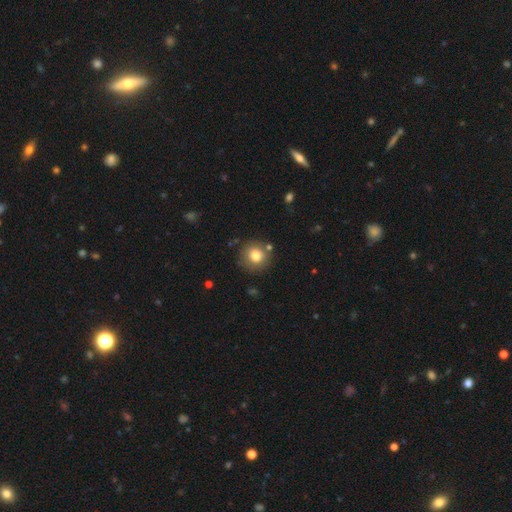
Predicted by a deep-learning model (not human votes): This appears to be a smooth galaxy with no disk features (80%) that is round (92%). Merging: none (83%).